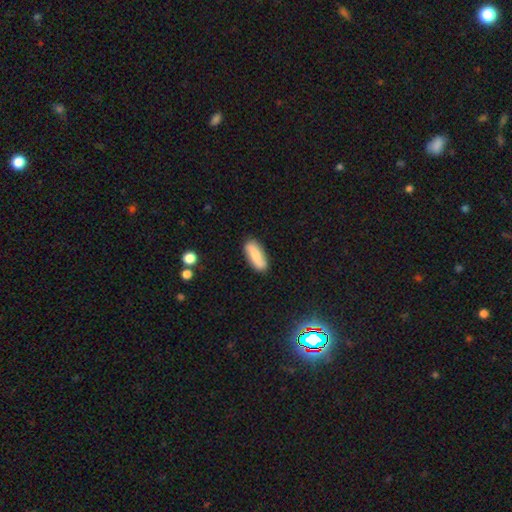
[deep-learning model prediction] A smooth galaxy with no disk features (74%) that is in between round and cigar-shaped (63%). Merging: none (86%).